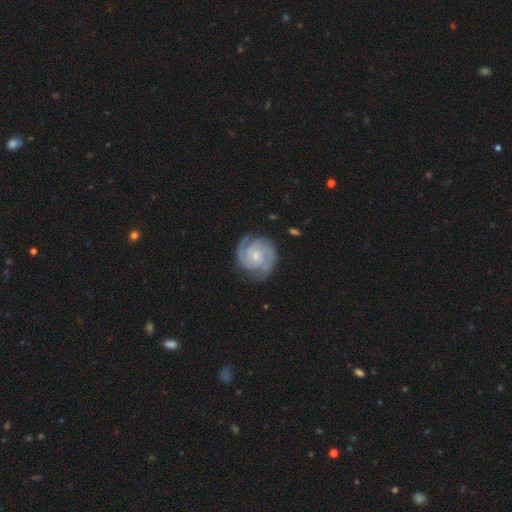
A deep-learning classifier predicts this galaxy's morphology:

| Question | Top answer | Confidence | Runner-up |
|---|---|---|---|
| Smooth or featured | featured or disk | 89% | smooth (7%) |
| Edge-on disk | no | 98% | yes (2%) |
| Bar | no | 69% | weak (26%) |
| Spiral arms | yes | 98% | no (2%) |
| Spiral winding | tight | 62% | medium (33%) |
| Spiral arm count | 3 | 38% | 2 (29%) |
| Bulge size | small | 72% | moderate (22%) |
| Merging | none | 77% | minor disturbance (16%) |